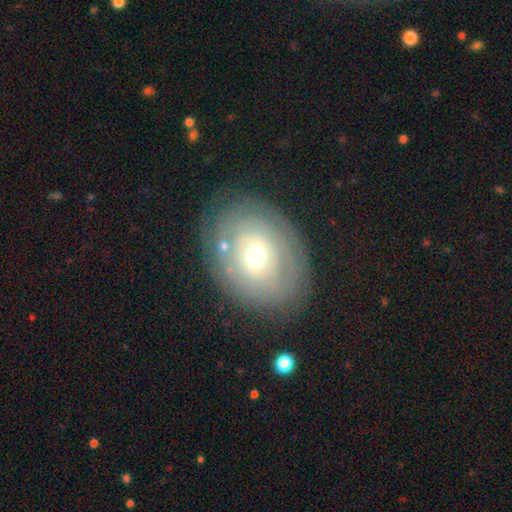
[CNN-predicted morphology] type=featured or disk (54%); edge-on=no (94%); bar=no (57%); spiral arms=no (61%); bulge=moderate (61%); merging=none (80%).